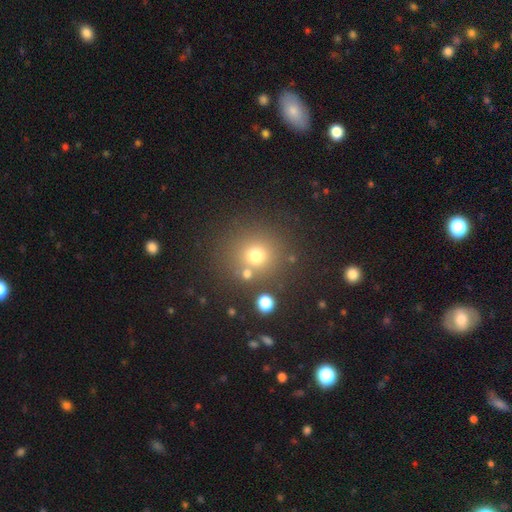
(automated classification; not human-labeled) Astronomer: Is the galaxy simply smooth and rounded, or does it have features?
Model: smooth — 71%.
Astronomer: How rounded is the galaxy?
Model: round — 90%.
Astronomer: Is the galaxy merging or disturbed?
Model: none — 78%.